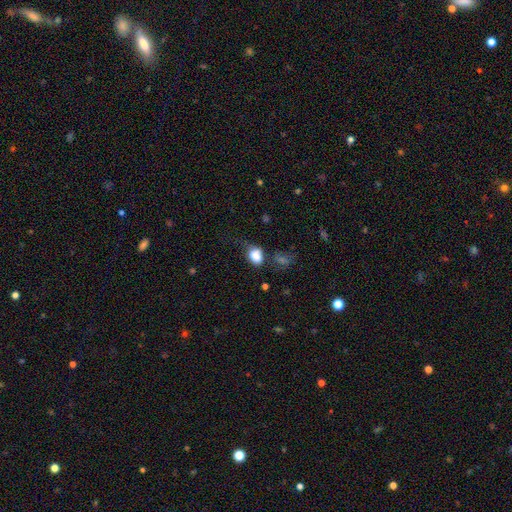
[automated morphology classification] A smooth galaxy with no disk features (83%) that is in between round and cigar-shaped (60%). Merging: none (41%).